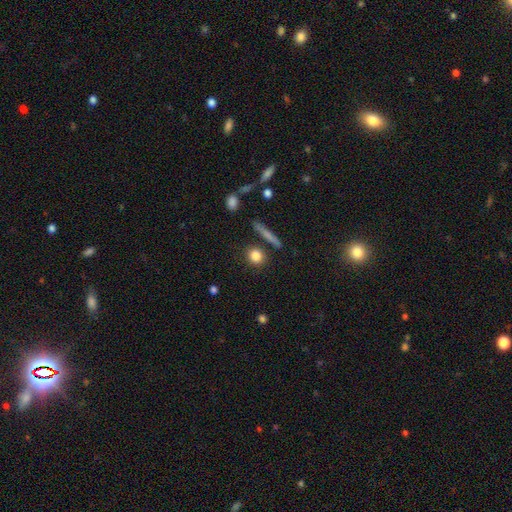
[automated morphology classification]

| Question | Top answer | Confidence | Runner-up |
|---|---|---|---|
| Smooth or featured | smooth | 83% | star or artifact (9%) |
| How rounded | round | 81% | in between (13%) |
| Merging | none | 82% | minor disturbance (9%) |